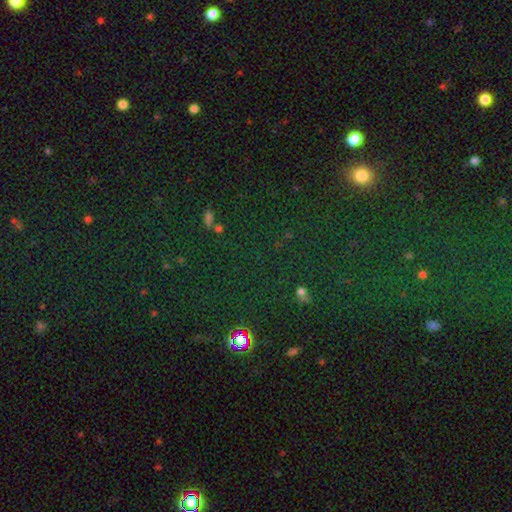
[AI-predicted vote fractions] Smooth or featured? star or artifact (70%)